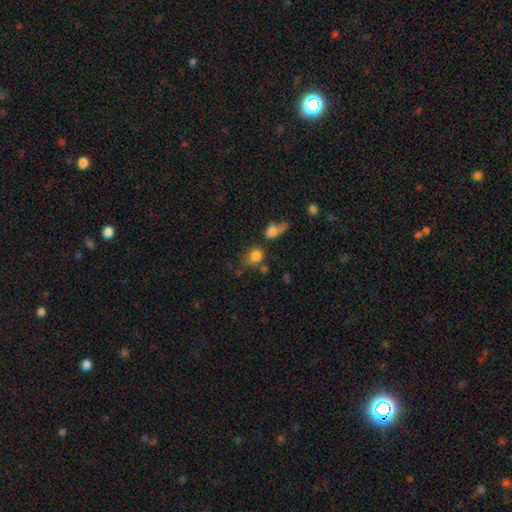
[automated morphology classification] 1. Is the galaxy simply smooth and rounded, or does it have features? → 80% smooth, 11% star or artifact, 9% featured or disk.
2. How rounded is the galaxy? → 65% round, 33% in between, 2% cigar-shaped.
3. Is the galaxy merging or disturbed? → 49% none, 24% merger, 15% minor disturbance, 12% major disturbance.